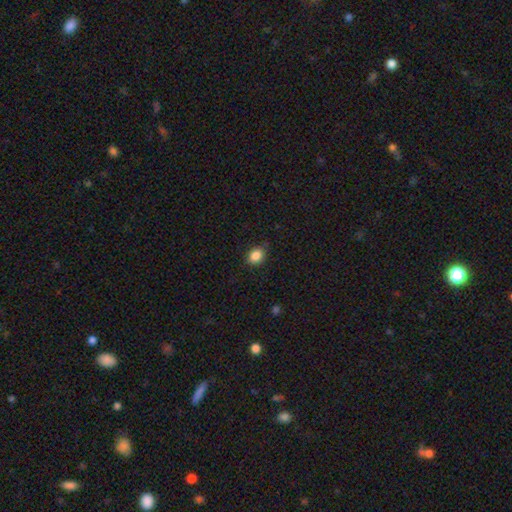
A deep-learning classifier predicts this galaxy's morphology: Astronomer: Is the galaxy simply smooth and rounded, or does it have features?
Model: smooth — 86%.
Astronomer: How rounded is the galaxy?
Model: in between — 58% (runner-up: round, 41%).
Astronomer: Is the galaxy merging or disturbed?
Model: none — 82%.